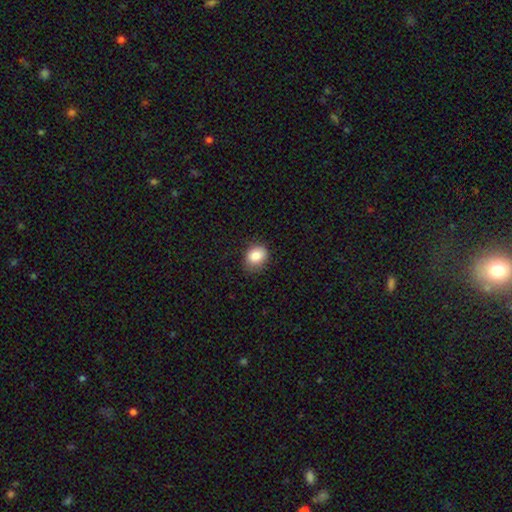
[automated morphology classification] Q: Smooth or featured?
A: smooth (85%); runner-up: star or artifact (9%)
Q: How rounded?
A: in between (58%); runner-up: round (41%)
Q: Merging?
A: none (78%); runner-up: minor disturbance (17%)